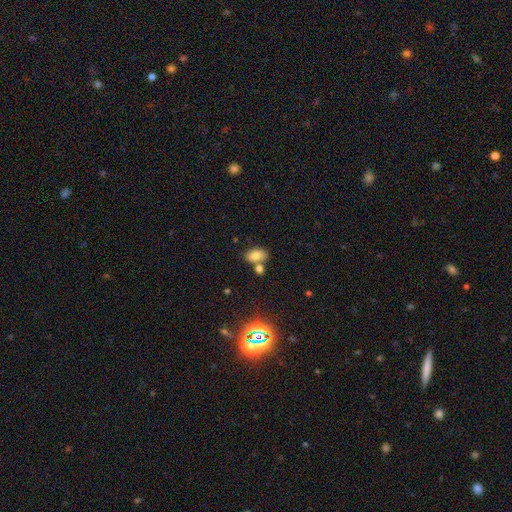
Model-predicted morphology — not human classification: Smooth or featured? smooth (77%)
How rounded? in between (89%)
Merging? none (59%)